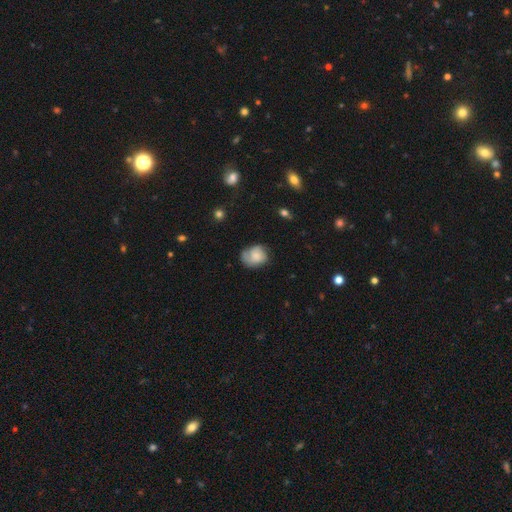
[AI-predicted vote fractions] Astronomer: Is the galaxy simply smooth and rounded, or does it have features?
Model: smooth — 62%.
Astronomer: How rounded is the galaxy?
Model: round — 52% (runner-up: in between, 47%).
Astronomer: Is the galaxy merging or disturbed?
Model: none — 52% (runner-up: minor disturbance, 32%).